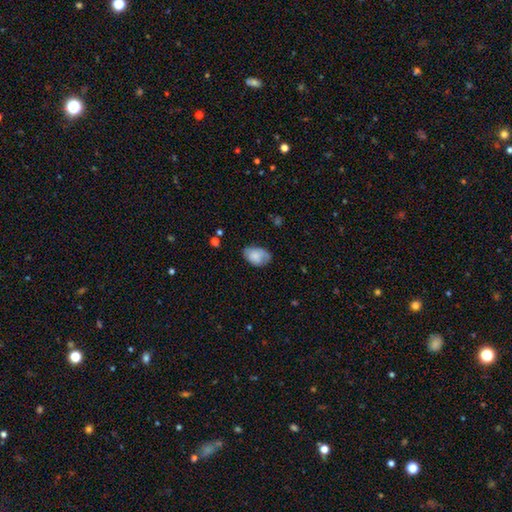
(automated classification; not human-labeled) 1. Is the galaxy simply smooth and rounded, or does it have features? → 72% smooth, 21% featured or disk, 8% star or artifact.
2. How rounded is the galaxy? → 88% in between, 11% round, 1% cigar-shaped.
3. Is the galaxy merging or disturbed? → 60% none, 29% minor disturbance, 9% major disturbance, 2% merger.